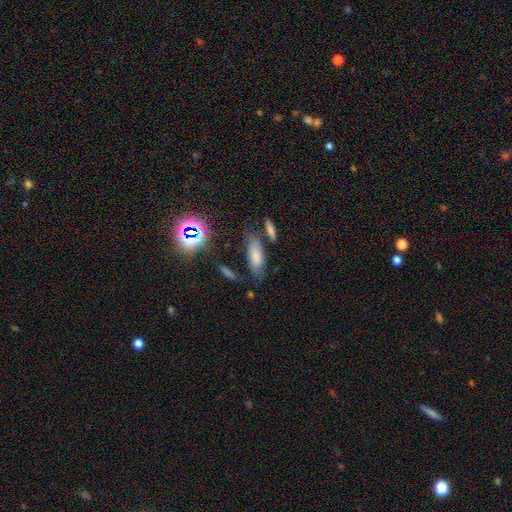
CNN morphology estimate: A smooth galaxy with no disk features (74%) that is in between round and cigar-shaped (69%).

Vote fractions:
- Smooth or featured? smooth: 74% / star or artifact: 14% / featured or disk: 12%
- How rounded? in between: 69% / cigar-shaped: 28% / round: 3%
- Merging? none: 69% / minor disturbance: 16% / merger: 9% / major disturbance: 6%